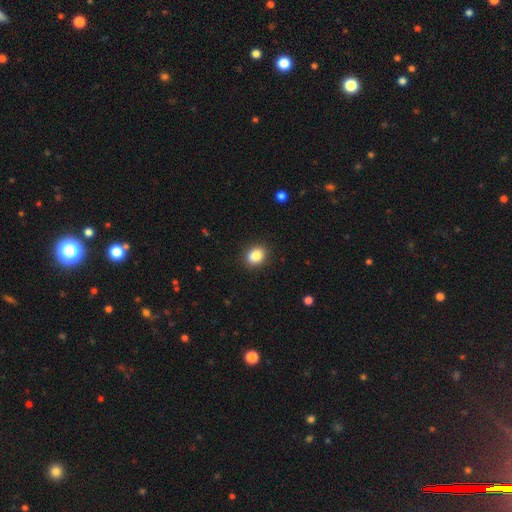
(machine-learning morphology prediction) type=smooth (86%); roundness=in between (52%); merging=none (89%).